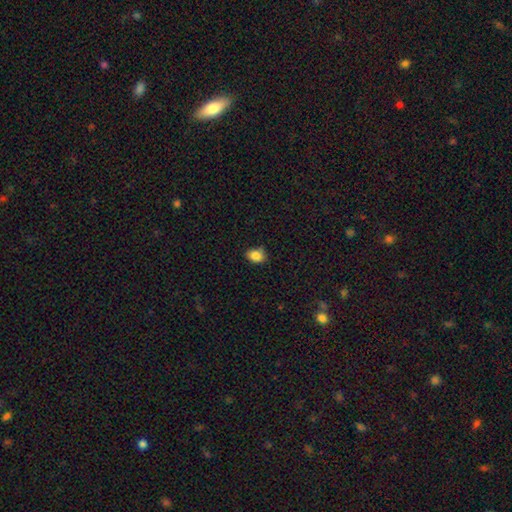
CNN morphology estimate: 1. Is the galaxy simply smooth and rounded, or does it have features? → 85% smooth, 10% star or artifact, 6% featured or disk.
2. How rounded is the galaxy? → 66% in between, 33% round, 1% cigar-shaped.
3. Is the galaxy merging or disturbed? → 74% none, 21% minor disturbance, 3% major disturbance, 2% merger.